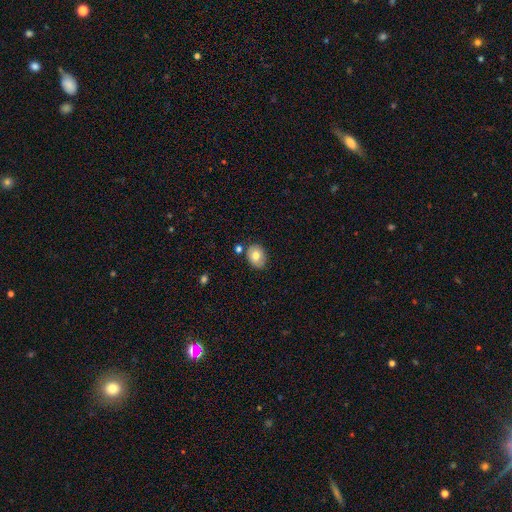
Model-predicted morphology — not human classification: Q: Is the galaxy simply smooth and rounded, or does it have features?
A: smooth — 76%.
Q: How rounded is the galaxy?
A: in between — 65%.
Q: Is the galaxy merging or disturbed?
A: none — 77%.